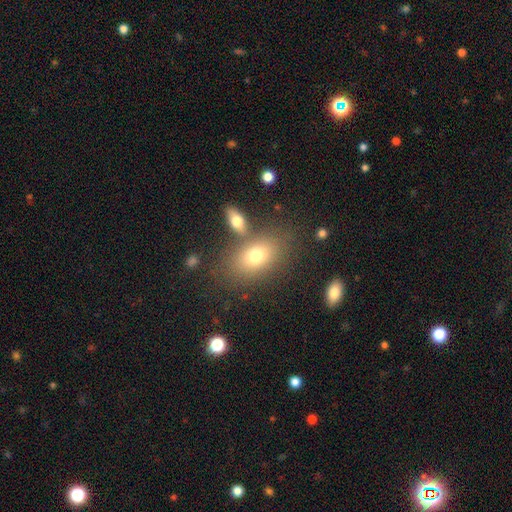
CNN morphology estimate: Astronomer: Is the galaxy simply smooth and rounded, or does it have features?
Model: smooth — 72%.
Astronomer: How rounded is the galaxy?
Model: in between — 83%.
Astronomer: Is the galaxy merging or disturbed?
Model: none — 68%.